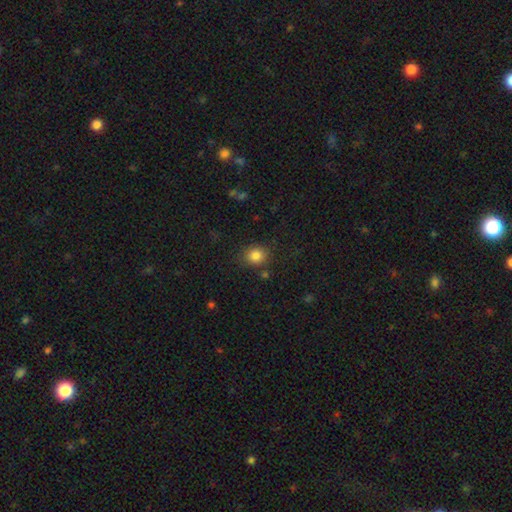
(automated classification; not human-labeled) The model was most divided on "how rounded": round: 74%, in between: 25%, cigar-shaped: 1%. More confident: smooth or featured — smooth (84%); merging — none (83%).